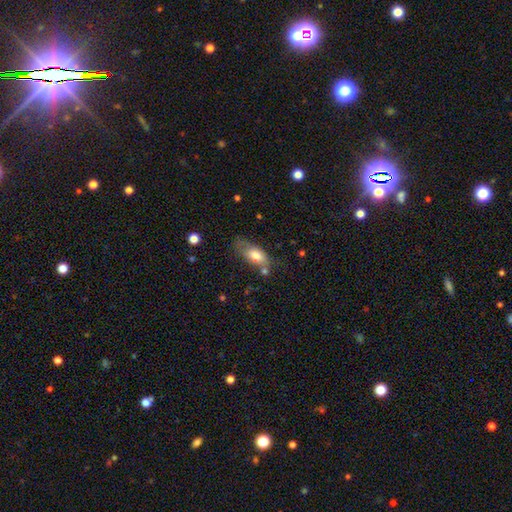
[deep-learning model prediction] The model was most divided on "merging": none: 45%, minor disturbance: 29%, major disturbance: 15%, merger: 11%. More confident: how rounded — in between (86%); smooth or featured — smooth (72%).